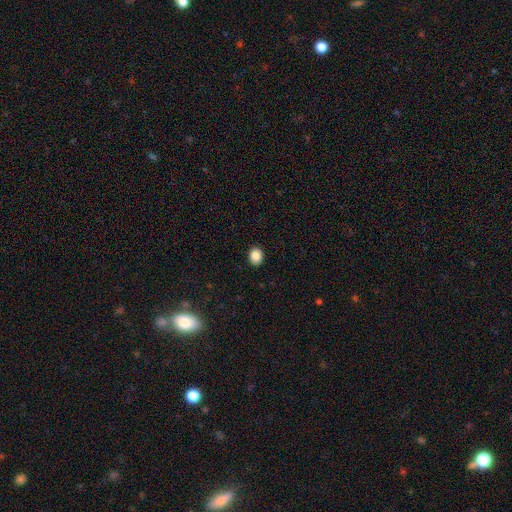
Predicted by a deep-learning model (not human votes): Smooth or featured? smooth (88%)
How rounded? round (51%)
Merging? none (90%)